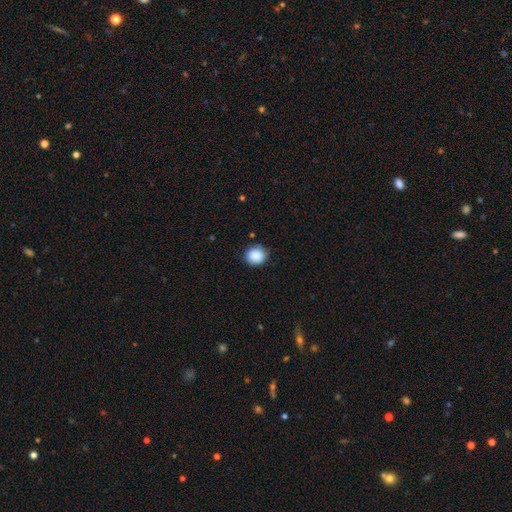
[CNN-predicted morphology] The model was most divided on "merging": none: 81%, minor disturbance: 15%, major disturbance: 3%, merger: 1%. More confident: smooth or featured — smooth (88%); how rounded — round (84%).